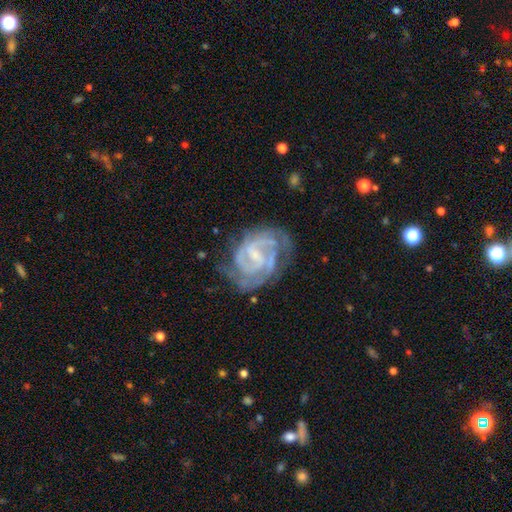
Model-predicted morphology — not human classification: Smooth or featured? Predicted: featured or disk (p=0.90). Edge-on disk? Predicted: no (p=0.98). Bar? Predicted: weak (p=0.55). Spiral arms? Predicted: yes (p=0.97). Spiral winding? Predicted: tight (p=0.52). Spiral arm count? Predicted: 2 (p=0.55). Bulge size? Predicted: small (p=0.55). Merging? Predicted: none (p=0.65).